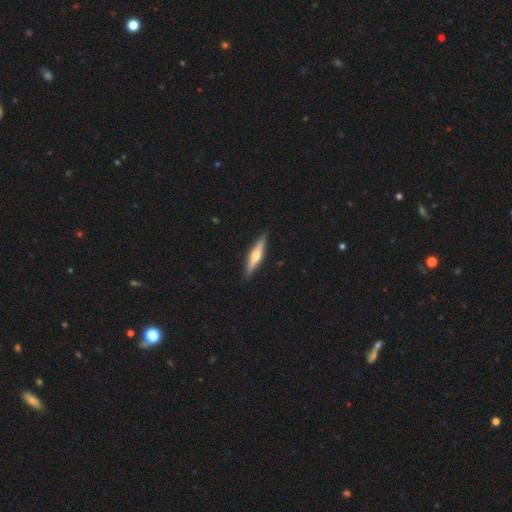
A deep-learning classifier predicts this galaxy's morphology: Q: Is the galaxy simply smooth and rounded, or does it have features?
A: featured or disk — 63%.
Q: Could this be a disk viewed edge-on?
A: yes — 97%.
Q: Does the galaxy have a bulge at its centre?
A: rounded — 91%.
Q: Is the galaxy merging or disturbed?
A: none — 90%.